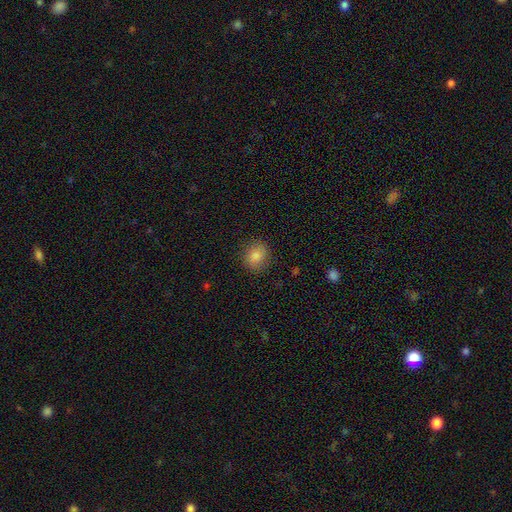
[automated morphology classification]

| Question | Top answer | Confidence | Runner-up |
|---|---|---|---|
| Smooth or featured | smooth | 83% | star or artifact (11%) |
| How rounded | round | 73% | in between (26%) |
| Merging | none | 87% | minor disturbance (9%) |